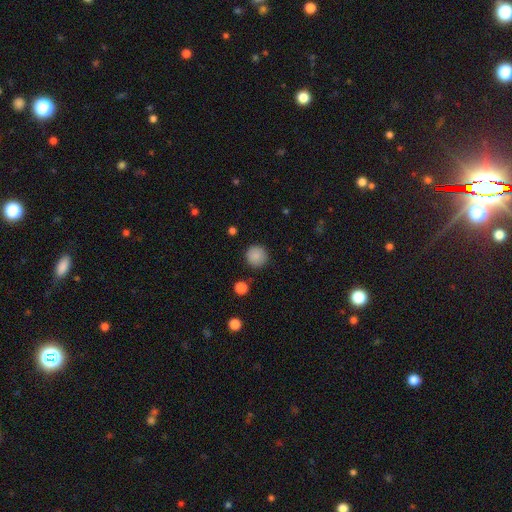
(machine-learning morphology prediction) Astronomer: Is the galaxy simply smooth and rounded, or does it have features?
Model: smooth — 87%.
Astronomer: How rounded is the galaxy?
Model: round — 95%.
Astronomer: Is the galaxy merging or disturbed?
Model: none — 89%.